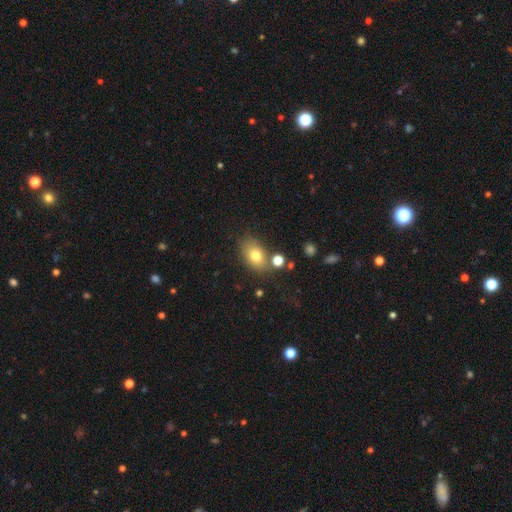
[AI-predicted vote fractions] A smooth galaxy with no disk features (78%) that is in between round and cigar-shaped (80%).

Vote fractions:
- Smooth or featured? smooth: 78% / featured or disk: 12% / star or artifact: 10%
- How rounded? in between: 80% / round: 18% / cigar-shaped: 2%
- Merging? none: 70% / minor disturbance: 15% / merger: 10% / major disturbance: 5%